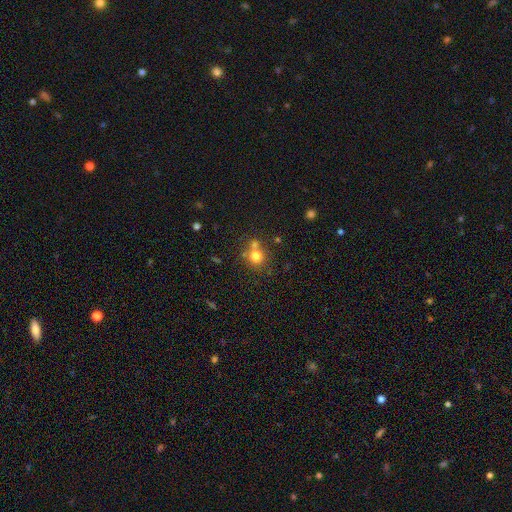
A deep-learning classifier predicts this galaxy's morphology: The model was most divided on "merging": none: 55%, merger: 32%, minor disturbance: 10%, major disturbance: 4%. More confident: how rounded — round (86%); smooth or featured — smooth (75%).